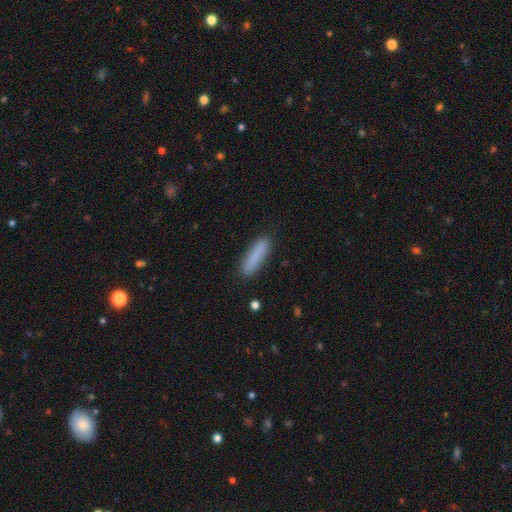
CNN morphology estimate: smooth_or_featured: smooth (p=0.84) [alt: featured or disk p=0.09]
how_rounded: cigar-shaped (p=0.78) [alt: in between p=0.21]
merging: none (p=0.87) [alt: minor disturbance p=0.09]